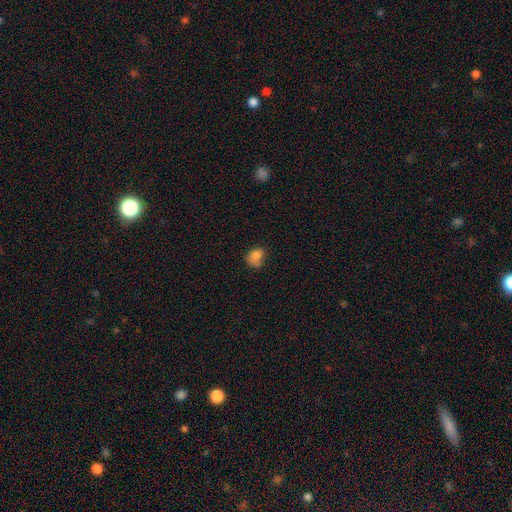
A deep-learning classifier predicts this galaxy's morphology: A smooth galaxy with no disk features (78%) that is round (51%).

Vote fractions:
- Smooth or featured? smooth: 78% / star or artifact: 11% / featured or disk: 11%
- How rounded? round: 51% / in between: 48% / cigar-shaped: 1%
- Merging? none: 40% / minor disturbance: 31% / major disturbance: 20% / merger: 9%